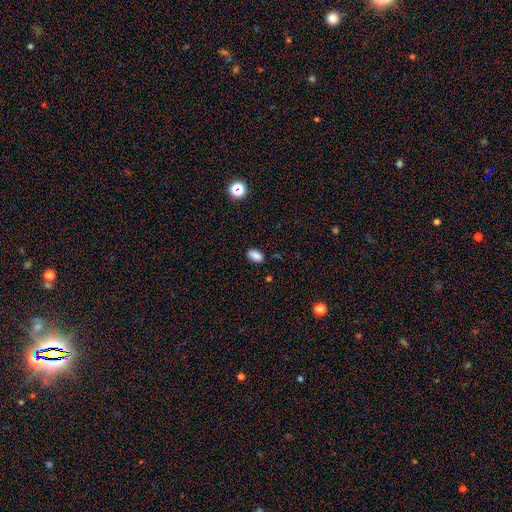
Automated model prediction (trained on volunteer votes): Smooth or featured?
  - smooth: 85% *
  - star or artifact: 11%
  - featured or disk: 4%
How rounded?
  - in between: 90% *
  - round: 8%
  - cigar-shaped: 2%
Merging?
  - none: 84% *
  - minor disturbance: 12%
  - major disturbance: 2%
  - merger: 1%